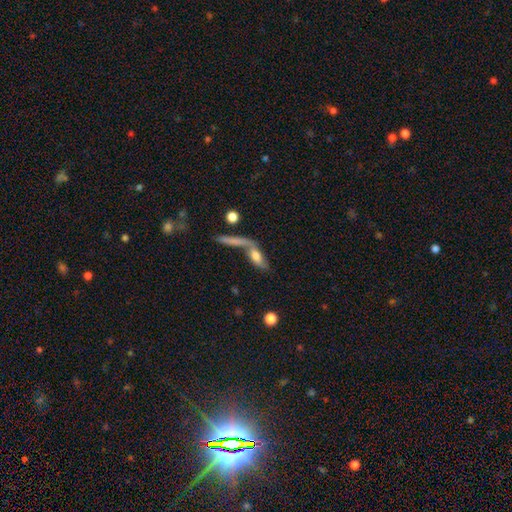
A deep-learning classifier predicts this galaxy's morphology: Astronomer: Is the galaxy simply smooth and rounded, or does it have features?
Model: smooth — 55% (runner-up: featured or disk, 36%).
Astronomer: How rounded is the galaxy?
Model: in between — 56% (runner-up: cigar-shaped, 39%).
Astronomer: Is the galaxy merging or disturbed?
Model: merger — 41% (runner-up: none, 36%).